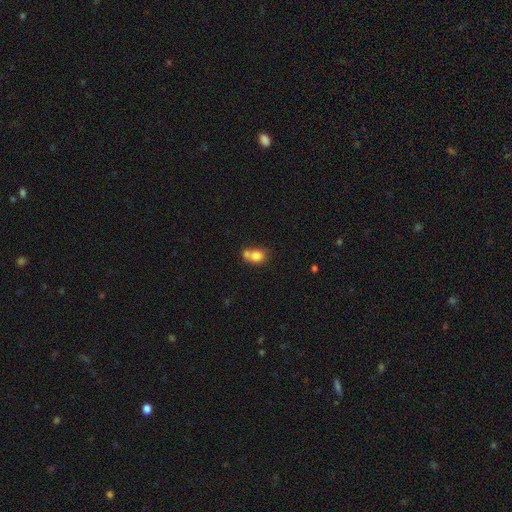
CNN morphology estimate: smooth 78%, featured or disk 13%, star or artifact 10%. Down the decision tree: how rounded — round (52%); merging — merger (48%).